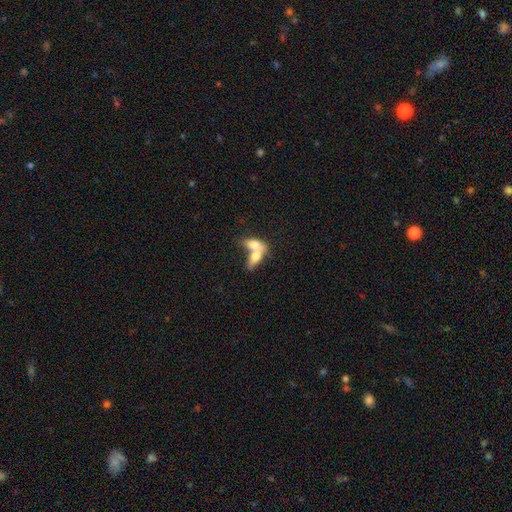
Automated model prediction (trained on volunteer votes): smooth_or_featured: smooth (p=0.66) [alt: featured or disk p=0.27]
how_rounded: in between (p=0.80) [alt: cigar-shaped p=0.12]
merging: merger (p=0.77) [alt: none p=0.13]